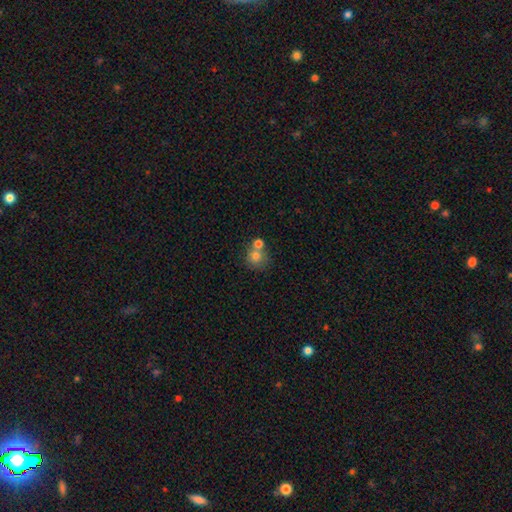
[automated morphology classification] type=smooth (76%); roundness=round (87%); merging=none (51%).